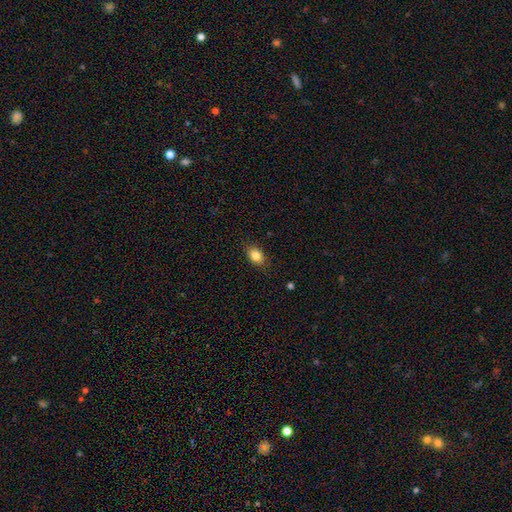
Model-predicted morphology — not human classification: Smooth or featured?
  - smooth: 84% *
  - star or artifact: 9%
  - featured or disk: 8%
How rounded?
  - in between: 79% *
  - round: 19%
  - cigar-shaped: 2%
Merging?
  - none: 84% *
  - minor disturbance: 12%
  - major disturbance: 3%
  - merger: 1%